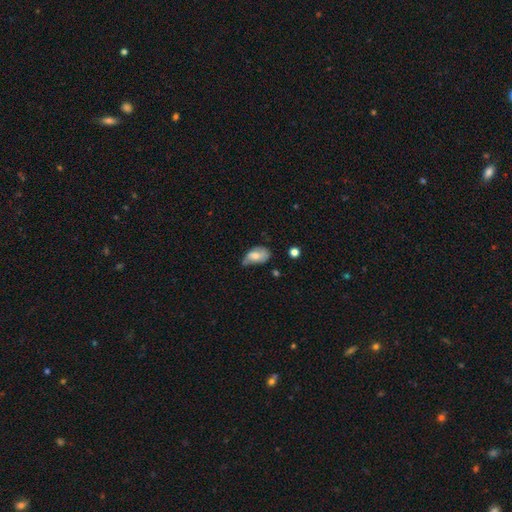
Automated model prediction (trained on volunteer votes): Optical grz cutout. It shows a smooth galaxy with no disk features (63%) that is in between round and cigar-shaped (91%). Merging: minor disturbance (45%).